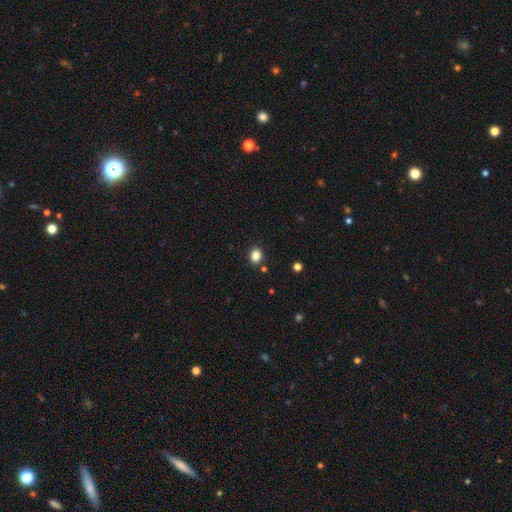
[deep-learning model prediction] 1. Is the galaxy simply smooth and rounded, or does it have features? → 84% smooth, 12% star or artifact, 4% featured or disk.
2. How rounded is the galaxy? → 60% round, 39% in between, 1% cigar-shaped.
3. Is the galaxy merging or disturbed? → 87% none, 8% minor disturbance, 3% merger, 2% major disturbance.